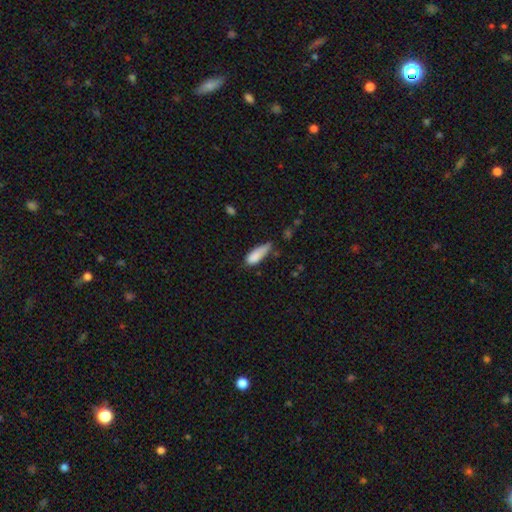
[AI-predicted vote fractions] Morphology: type=smooth (84%); roundness=in between (63%); merging=minor disturbance (43%).